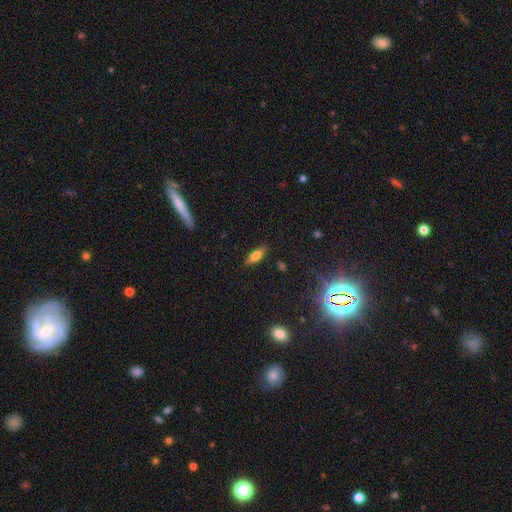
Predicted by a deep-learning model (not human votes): A smooth galaxy with no disk features (69%) that is in between round and cigar-shaped (74%). Merging: none (85%).